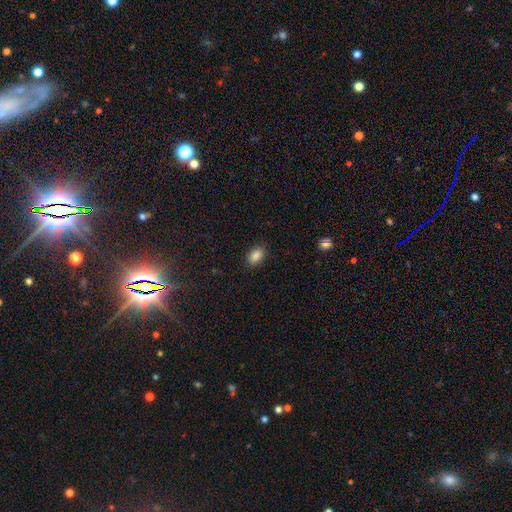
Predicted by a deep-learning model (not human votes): Q: Smooth or featured?
A: smooth (87%); runner-up: star or artifact (9%)
Q: How rounded?
A: in between (85%); runner-up: round (13%)
Q: Merging?
A: none (87%); runner-up: minor disturbance (9%)